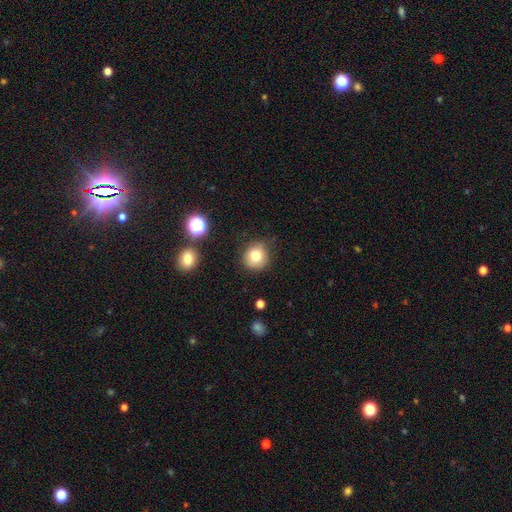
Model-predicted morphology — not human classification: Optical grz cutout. It shows a smooth galaxy with no disk features (78%) that is round (87%). Merging: none (80%).